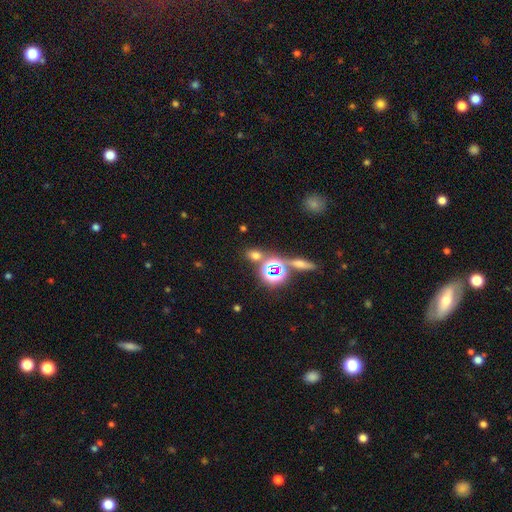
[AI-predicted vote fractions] This appears to be a smooth galaxy with no disk features (57%) that is in between round and cigar-shaped (52%). Merging: none (71%).